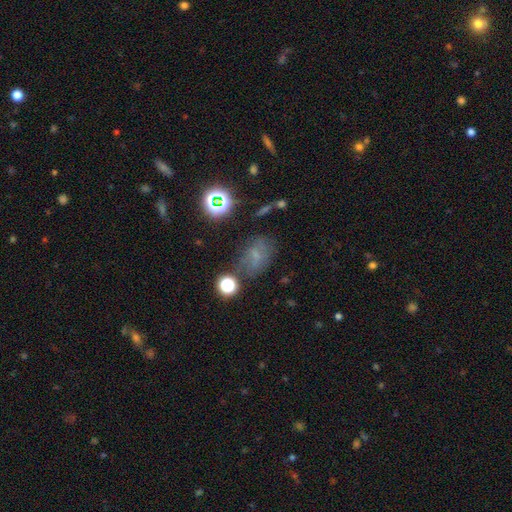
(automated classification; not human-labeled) The model was most divided on "smooth or featured": smooth: 52%, star or artifact: 27%, featured or disk: 21%. More confident: how rounded — in between (71%); merging — none (58%).